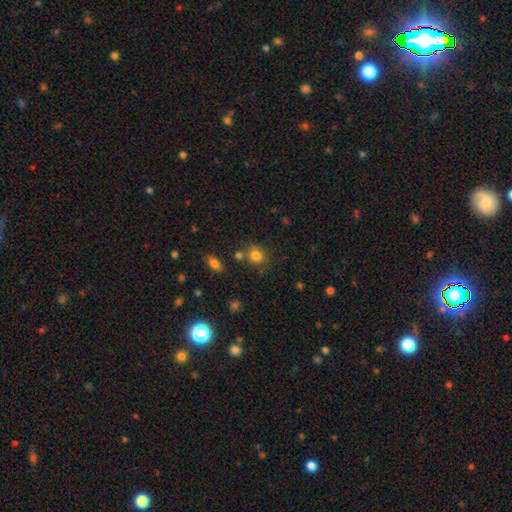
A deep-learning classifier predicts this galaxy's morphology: Smooth or featured? Predicted: smooth (p=0.81). How rounded? Predicted: round (p=0.75). Merging? Predicted: none (p=0.70).